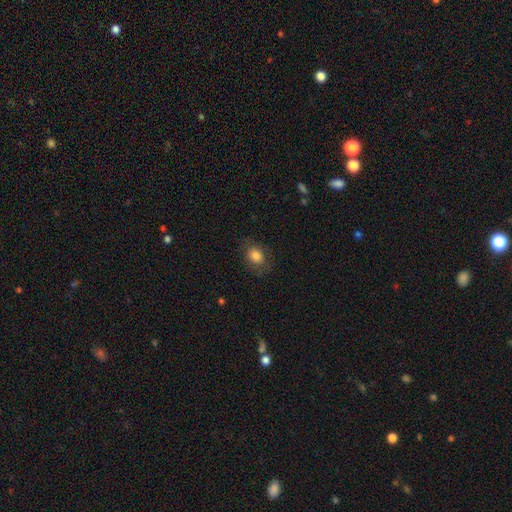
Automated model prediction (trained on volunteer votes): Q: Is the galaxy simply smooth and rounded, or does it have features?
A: smooth — 80%.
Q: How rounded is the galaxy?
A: in between — 58%.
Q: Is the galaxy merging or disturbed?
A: none — 76%.